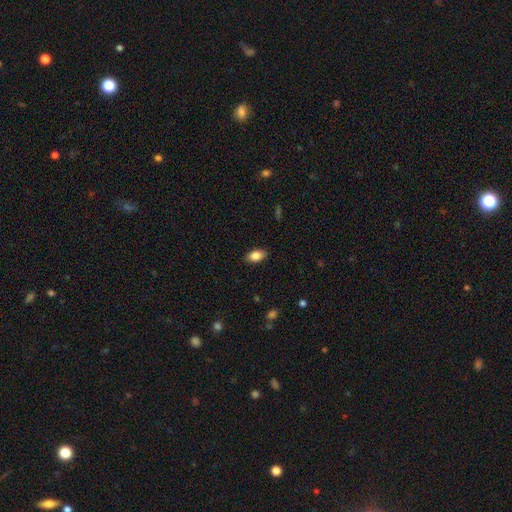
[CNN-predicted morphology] type=smooth (85%); roundness=in between (91%); merging=none (88%).